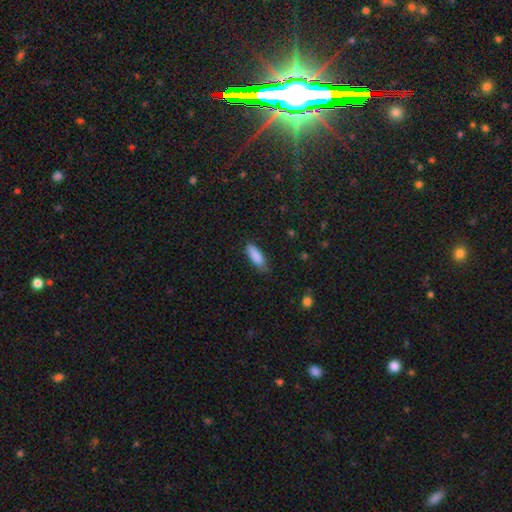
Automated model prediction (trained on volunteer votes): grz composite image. It shows a smooth galaxy with no disk features (87%) that is in between round and cigar-shaped (64%). Merging: none (72%).